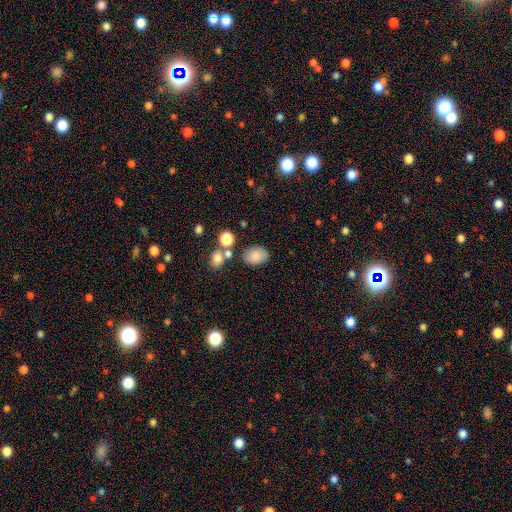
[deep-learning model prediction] Smooth or featured? smooth (83%)
How rounded? in between (78%)
Merging? none (75%)